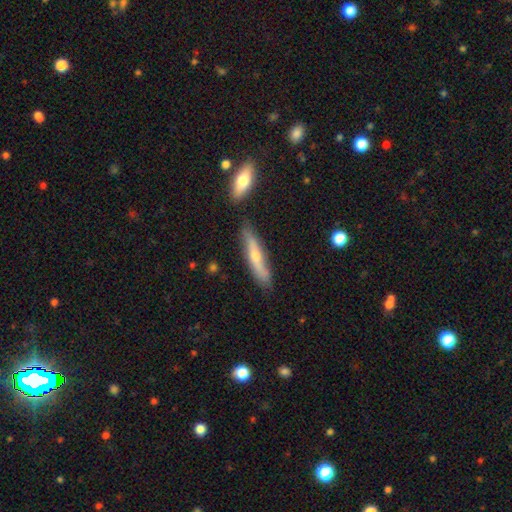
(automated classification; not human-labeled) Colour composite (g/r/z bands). It shows a featured or disk galaxy (50%) viewed edge-on (75%). Merging: none (75%).